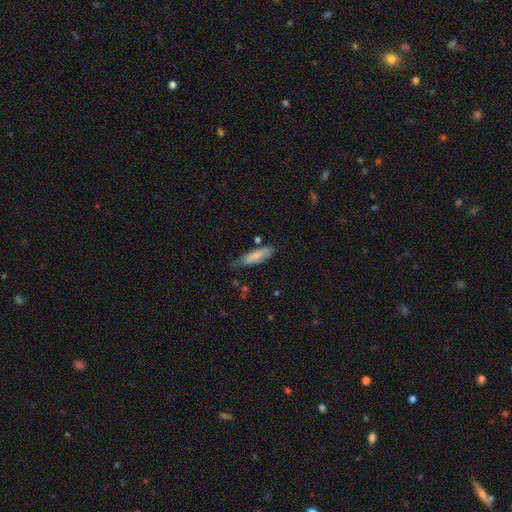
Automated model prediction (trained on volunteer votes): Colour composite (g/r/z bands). It shows a smooth galaxy with no disk features (79%) that is cigar-shaped (58%). Merging: none (61%).